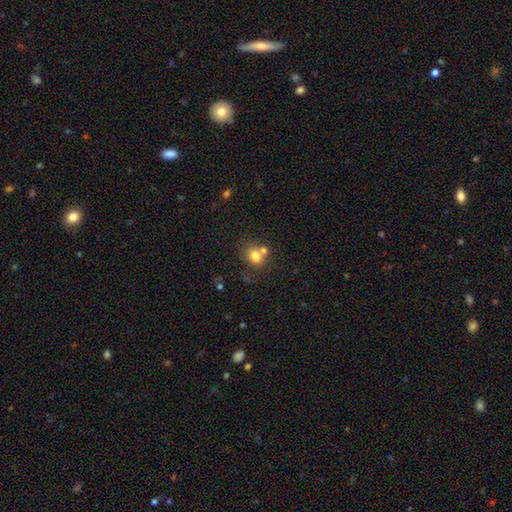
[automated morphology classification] Q: Smooth or featured?
A: smooth (77%); runner-up: star or artifact (12%)
Q: How rounded?
A: round (62%); runner-up: in between (37%)
Q: Merging?
A: none (52%); runner-up: merger (31%)